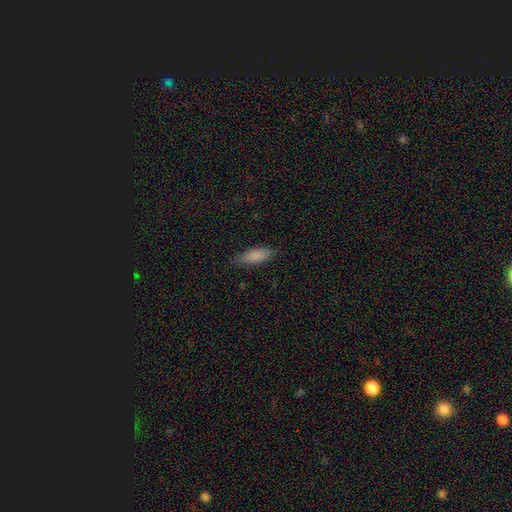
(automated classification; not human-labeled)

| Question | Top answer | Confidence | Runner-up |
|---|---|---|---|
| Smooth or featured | smooth | 85% | featured or disk (8%) |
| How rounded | in between | 68% | cigar-shaped (31%) |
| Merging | none | 80% | minor disturbance (16%) |